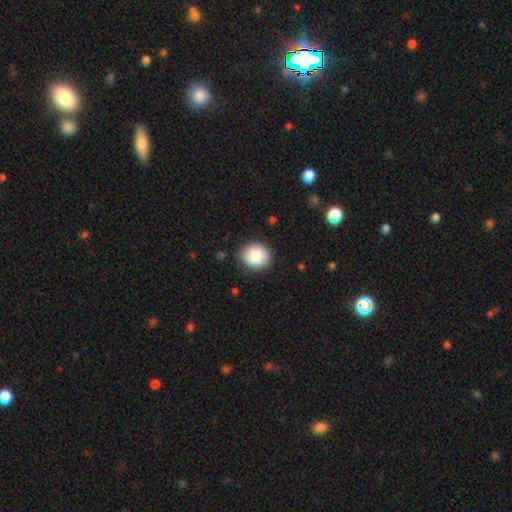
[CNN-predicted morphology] A smooth galaxy with no disk features (87%) that is round (79%). Merging: none (88%).